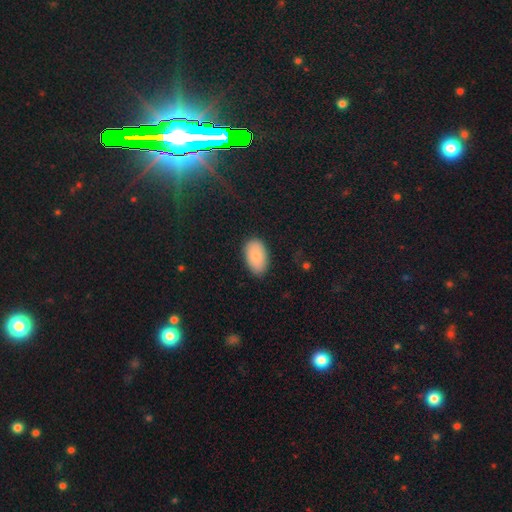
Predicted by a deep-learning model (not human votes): smooth_or_featured: smooth (p=0.87) [alt: featured or disk p=0.07]
how_rounded: in between (p=0.94) [alt: round p=0.05]
merging: none (p=0.85) [alt: minor disturbance p=0.12]